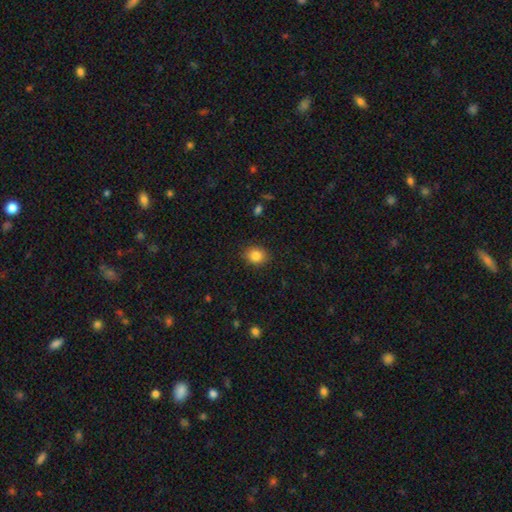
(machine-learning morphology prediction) The model was most divided on "how rounded": round: 59%, in between: 40%, cigar-shaped: 1%. More confident: merging — none (88%); smooth or featured — smooth (83%).